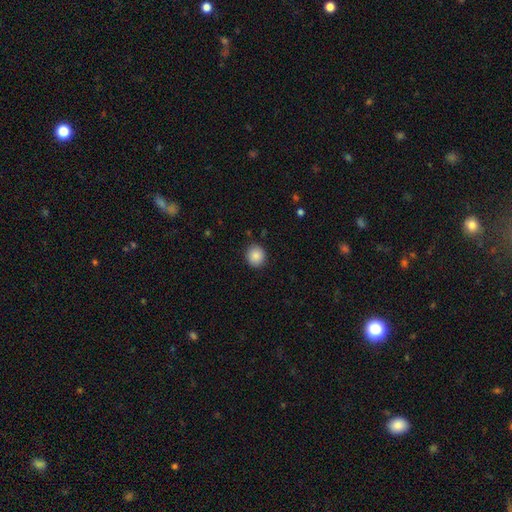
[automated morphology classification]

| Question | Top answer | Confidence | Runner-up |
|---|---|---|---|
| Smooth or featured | smooth | 87% | star or artifact (8%) |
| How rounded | round | 86% | in between (13%) |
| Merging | none | 89% | minor disturbance (8%) |